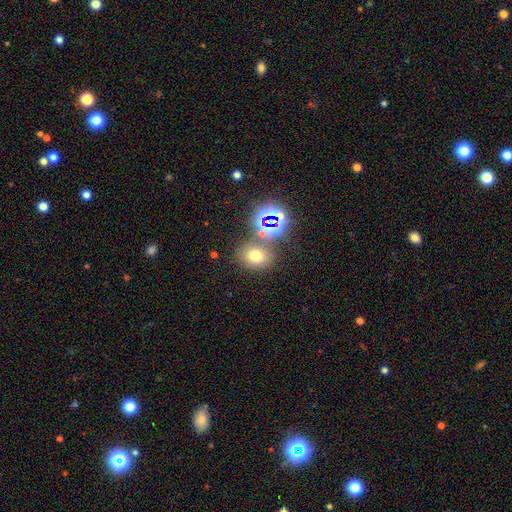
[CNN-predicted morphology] Smooth or featured? smooth (63%)
How rounded? round (53%)
Merging? none (70%)